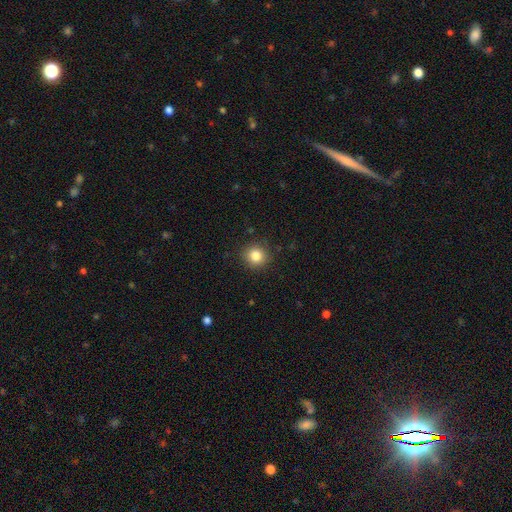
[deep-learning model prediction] The model was most divided on "smooth or featured": smooth: 84%, star or artifact: 11%, featured or disk: 5%. More confident: how rounded — round (91%); merging — none (89%).